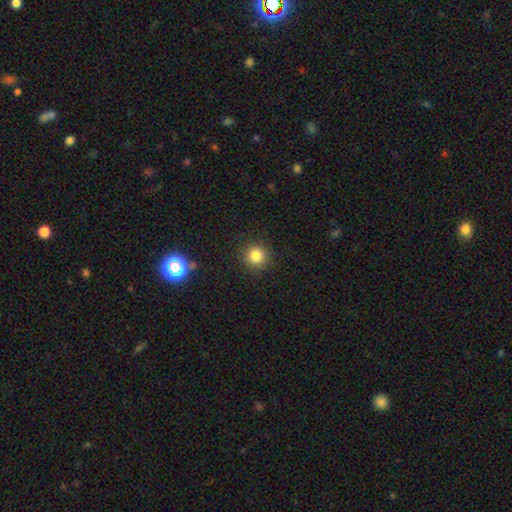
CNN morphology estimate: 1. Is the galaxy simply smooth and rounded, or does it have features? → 82% smooth, 13% star or artifact, 5% featured or disk.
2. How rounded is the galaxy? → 94% round, 5% in between, 1% cigar-shaped.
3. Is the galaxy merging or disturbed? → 90% none, 6% minor disturbance, 2% major disturbance, 1% merger.